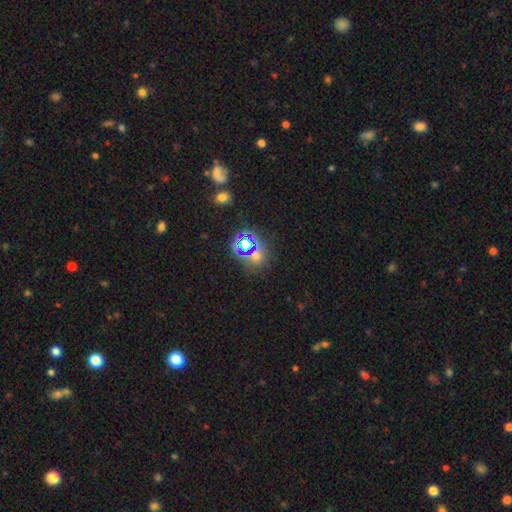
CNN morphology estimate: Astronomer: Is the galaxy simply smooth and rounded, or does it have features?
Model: star or artifact — 49% (runner-up: smooth, 42%).